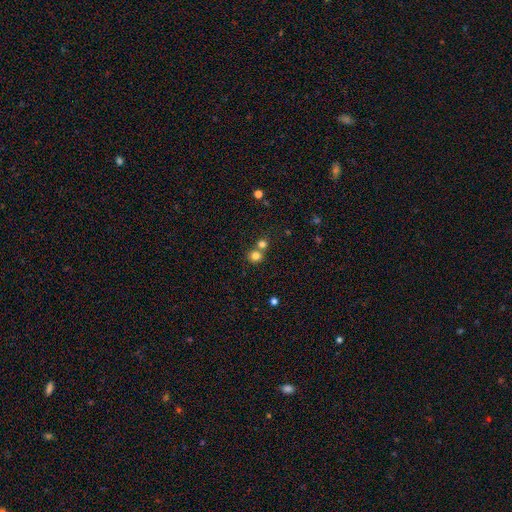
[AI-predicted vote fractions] Smooth or featured? smooth (79%)
How rounded? round (87%)
Merging? none (55%)